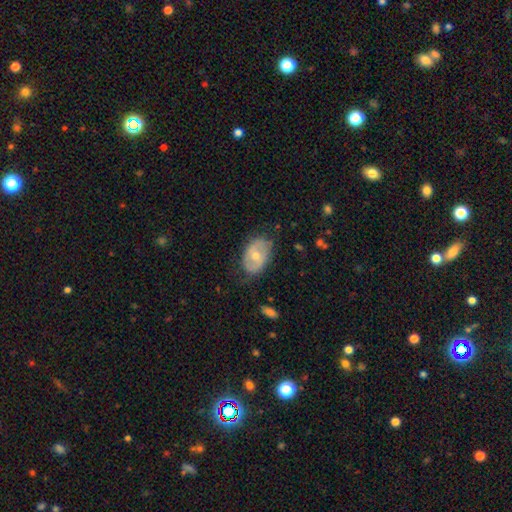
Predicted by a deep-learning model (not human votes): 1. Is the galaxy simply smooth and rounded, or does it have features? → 53% featured or disk, 40% smooth, 6% star or artifact.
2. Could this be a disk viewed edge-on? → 94% no, 6% yes.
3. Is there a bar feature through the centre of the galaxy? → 54% no, 36% weak, 10% strong.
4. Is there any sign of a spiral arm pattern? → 60% yes, 40% no.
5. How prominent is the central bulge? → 62% moderate, 33% small, 2% large, 1% none, 1% dominant.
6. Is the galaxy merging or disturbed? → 72% none, 21% minor disturbance, 6% major disturbance, 1% merger.